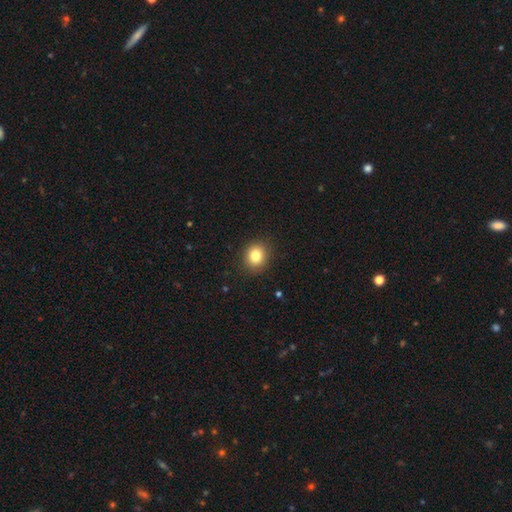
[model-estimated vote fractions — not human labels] A smooth galaxy with no disk features (83%) that is round (74%).

Vote fractions:
- Smooth or featured? smooth: 83% / star or artifact: 11% / featured or disk: 7%
- How rounded? round: 74% / in between: 25% / cigar-shaped: 1%
- Merging? none: 90% / minor disturbance: 7% / major disturbance: 2% / merger: 1%